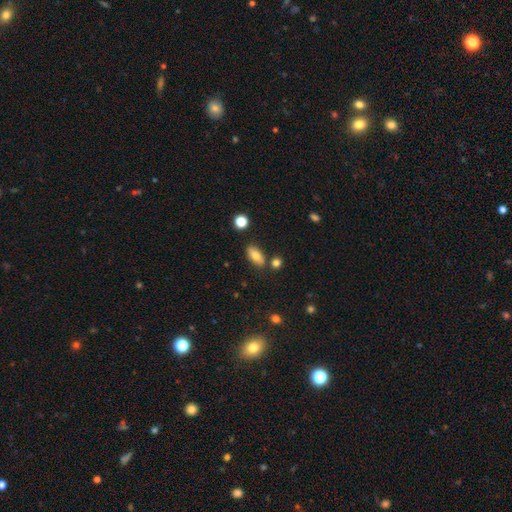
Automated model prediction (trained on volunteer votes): Smooth or featured? smooth (78%)
How rounded? in between (85%)
Merging? none (79%)